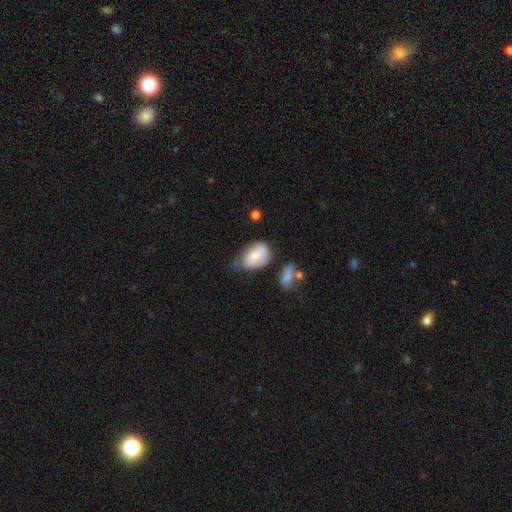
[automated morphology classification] This appears to be a smooth galaxy with no disk features (63%) that is in between round and cigar-shaped (85%). Merging: none (41%).